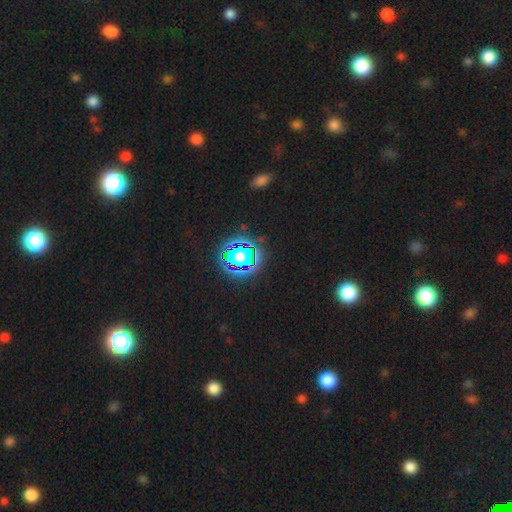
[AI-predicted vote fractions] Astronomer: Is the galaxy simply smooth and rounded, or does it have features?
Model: star or artifact — 76%.